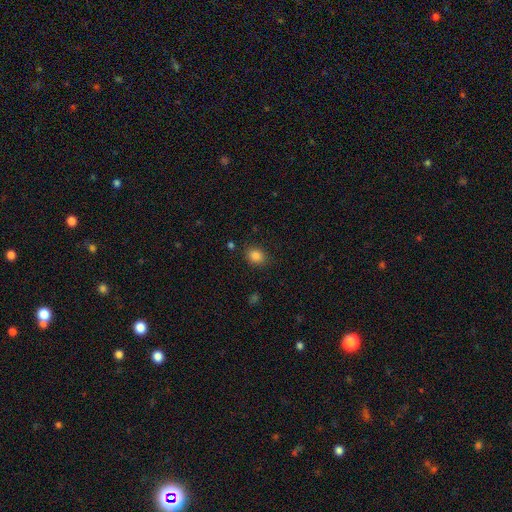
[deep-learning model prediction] Smooth or featured? Predicted: smooth (p=0.85). How rounded? Predicted: round (p=0.52). Merging? Predicted: none (p=0.86).